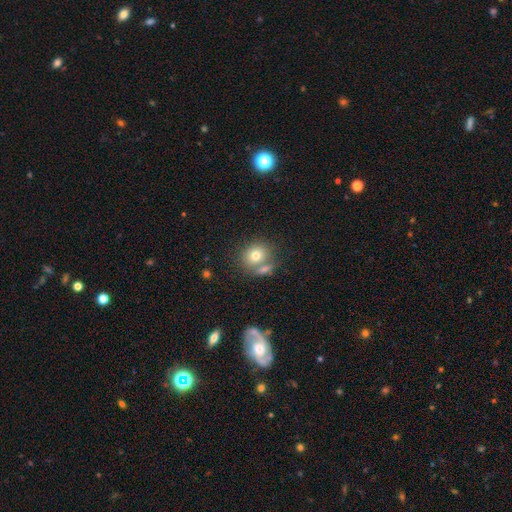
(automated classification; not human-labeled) Morphology: type=smooth (76%); roundness=round (72%); merging=none (54%).